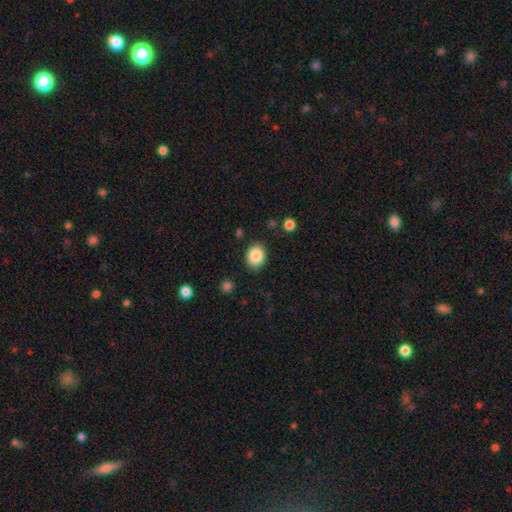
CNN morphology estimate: smooth 87%, star or artifact 8%, featured or disk 5%. Down the decision tree: how rounded — round (51%); merging — none (86%).